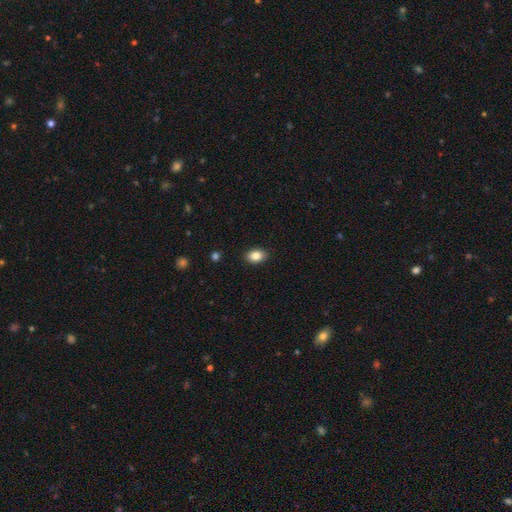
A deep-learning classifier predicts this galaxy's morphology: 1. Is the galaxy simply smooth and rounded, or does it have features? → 84% smooth, 8% star or artifact, 8% featured or disk.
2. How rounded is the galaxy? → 83% in between, 16% round, 1% cigar-shaped.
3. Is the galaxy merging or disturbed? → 89% none, 8% minor disturbance, 2% major disturbance, 1% merger.